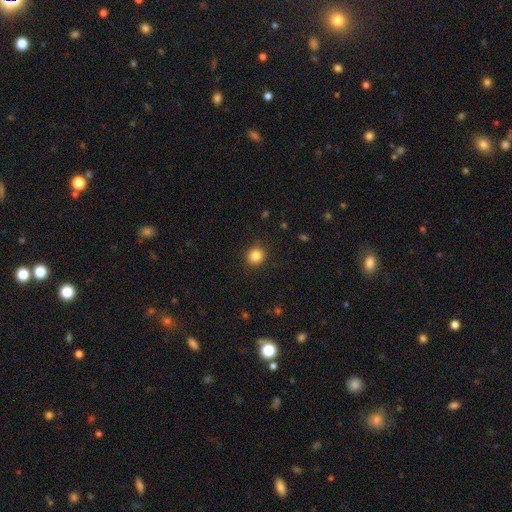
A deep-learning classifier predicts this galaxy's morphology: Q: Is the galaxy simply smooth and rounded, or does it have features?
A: smooth — 85%.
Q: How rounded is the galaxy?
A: round — 85%.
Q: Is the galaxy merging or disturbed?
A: none — 89%.